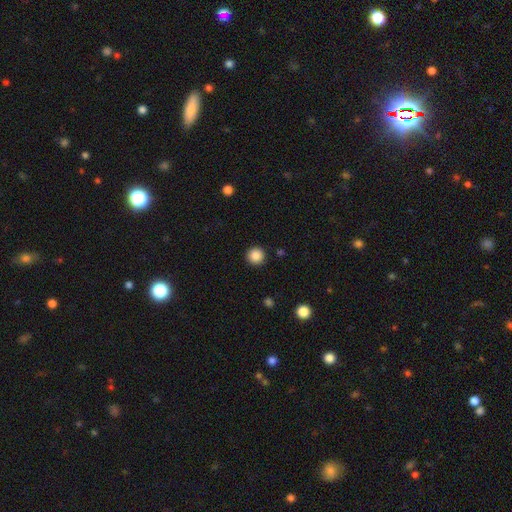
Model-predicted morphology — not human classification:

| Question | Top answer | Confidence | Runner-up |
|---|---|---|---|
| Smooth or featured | smooth | 87% | star or artifact (10%) |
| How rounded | round | 96% | in between (3%) |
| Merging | none | 92% | minor disturbance (5%) |